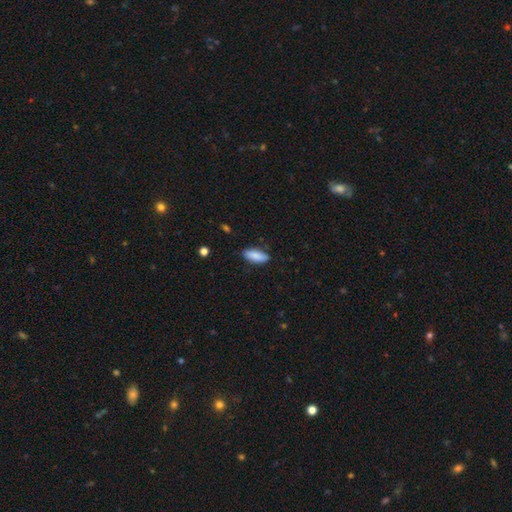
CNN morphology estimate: Q: Smooth or featured?
A: smooth (88%); runner-up: star or artifact (6%)
Q: How rounded?
A: in between (80%); runner-up: cigar-shaped (18%)
Q: Merging?
A: none (83%); runner-up: minor disturbance (13%)